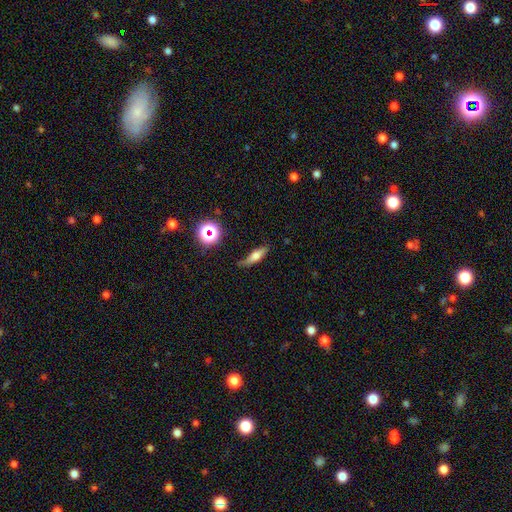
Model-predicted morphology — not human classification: Smooth or featured: smooth — 58% (featured or disk — 31%)
How rounded: cigar-shaped — 59% (in between — 36%)
Merging: none — 67% (minor disturbance — 24%)